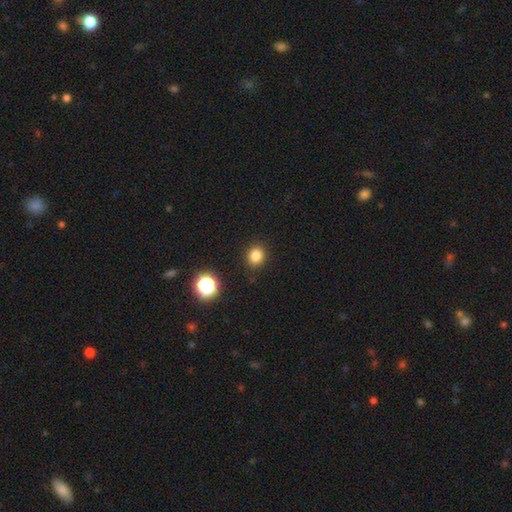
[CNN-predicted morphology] The model was most divided on "how rounded": round: 73%, in between: 26%, cigar-shaped: 1%. More confident: merging — none (89%); smooth or featured — smooth (81%).